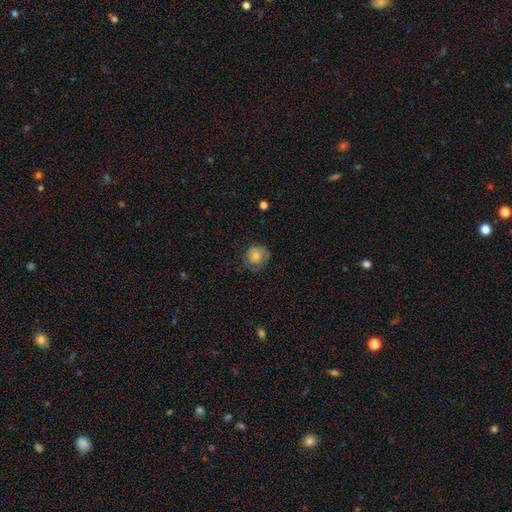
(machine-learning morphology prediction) type=smooth (54%); roundness=round (81%); merging=none (59%).